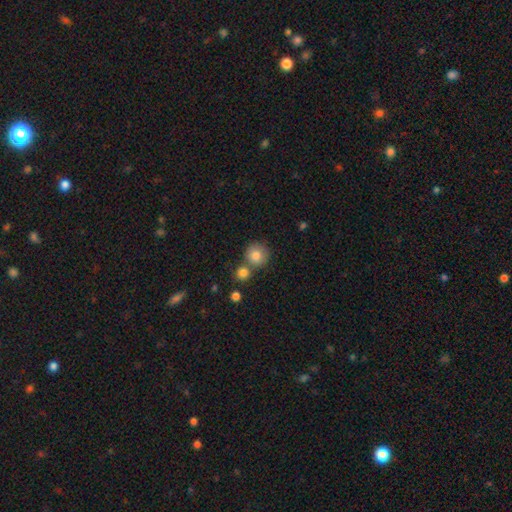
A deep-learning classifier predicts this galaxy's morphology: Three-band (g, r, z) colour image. It shows a smooth galaxy with no disk features (82%) that is round (91%). Merging: none (61%).